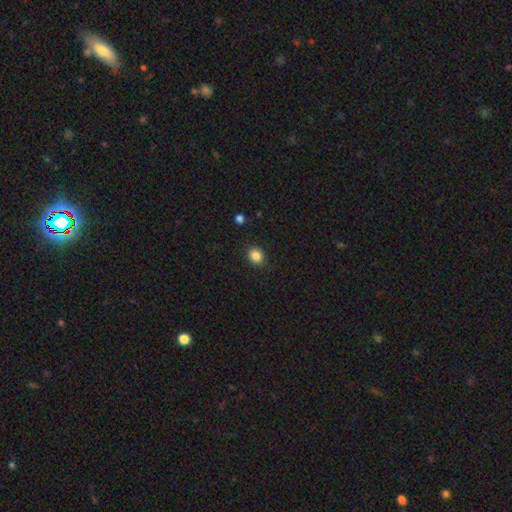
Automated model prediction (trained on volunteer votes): This is clearly a smooth galaxy (85%). How rounded: likely round (64%). Merging: clearly none (88%).